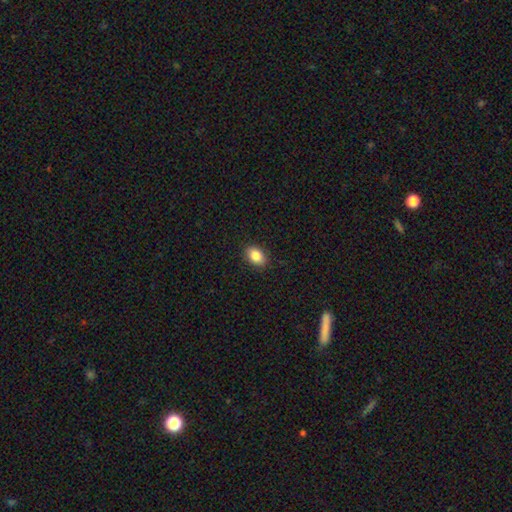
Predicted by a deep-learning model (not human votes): Morphology: type=smooth (87%); roundness=in between (82%); merging=none (88%).